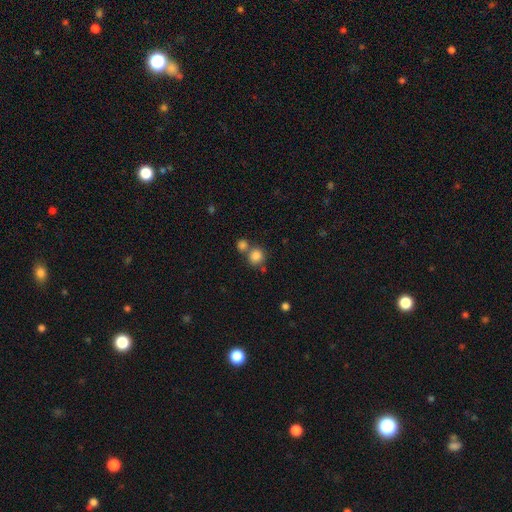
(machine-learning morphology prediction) A smooth galaxy with no disk features (83%) that is round (86%).

Vote fractions:
- Smooth or featured? smooth: 83% / star or artifact: 11% / featured or disk: 6%
- How rounded? round: 86% / in between: 13% / cigar-shaped: 1%
- Merging? none: 55% / merger: 33% / minor disturbance: 9% / major disturbance: 4%